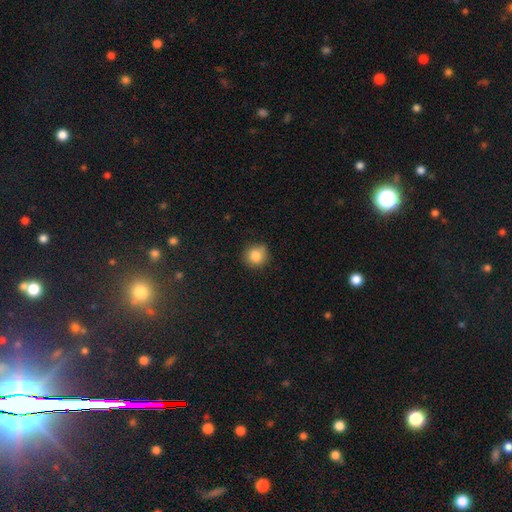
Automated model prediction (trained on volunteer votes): smooth 84%, star or artifact 10%, featured or disk 6%. Down the decision tree: how rounded — round (88%); merging — none (79%).